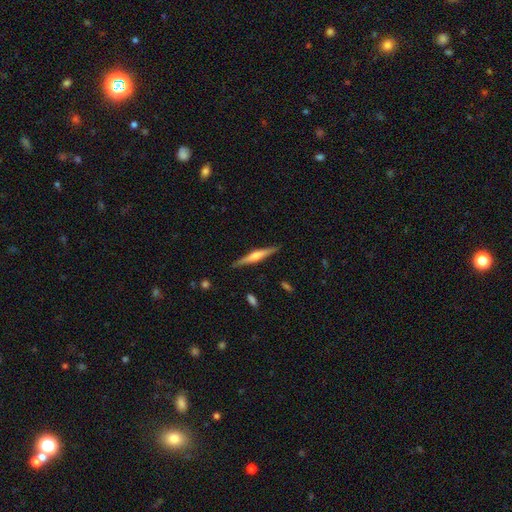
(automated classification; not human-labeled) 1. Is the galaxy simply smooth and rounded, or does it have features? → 69% featured or disk, 26% smooth, 6% star or artifact.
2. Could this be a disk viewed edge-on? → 98% yes, 2% no.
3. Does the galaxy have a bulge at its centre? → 80% rounded, 12% boxy, 8% none.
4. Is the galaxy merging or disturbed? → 90% none, 8% minor disturbance, 2% major disturbance, 1% merger.